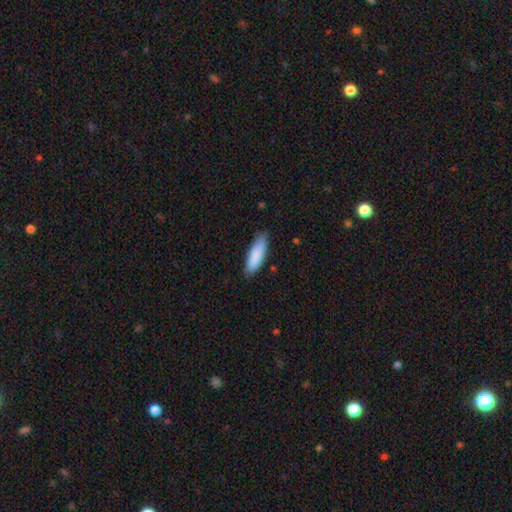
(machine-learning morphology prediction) Smooth or featured? smooth (87%)
How rounded? in between (50%)
Merging? none (81%)